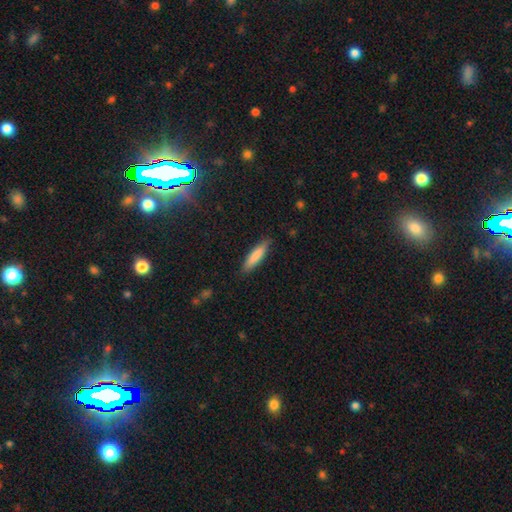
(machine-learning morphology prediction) Smooth or featured? smooth (81%)
How rounded? cigar-shaped (80%)
Merging? none (86%)